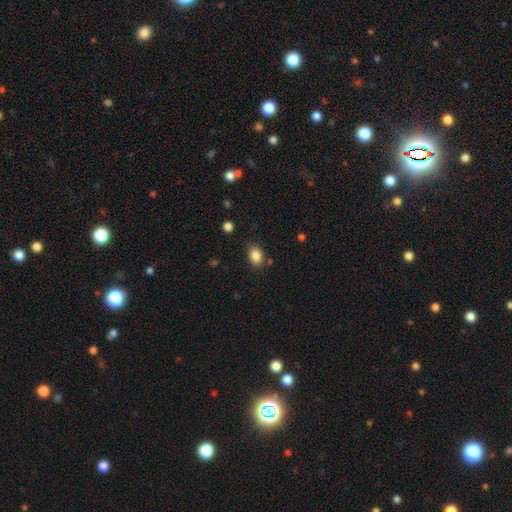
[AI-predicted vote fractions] A smooth galaxy with no disk features (85%) that is in between round and cigar-shaped (77%).

Vote fractions:
- Smooth or featured? smooth: 85% / star or artifact: 9% / featured or disk: 6%
- How rounded? in between: 77% / round: 22% / cigar-shaped: 1%
- Merging? none: 79% / minor disturbance: 15% / major disturbance: 3% / merger: 3%